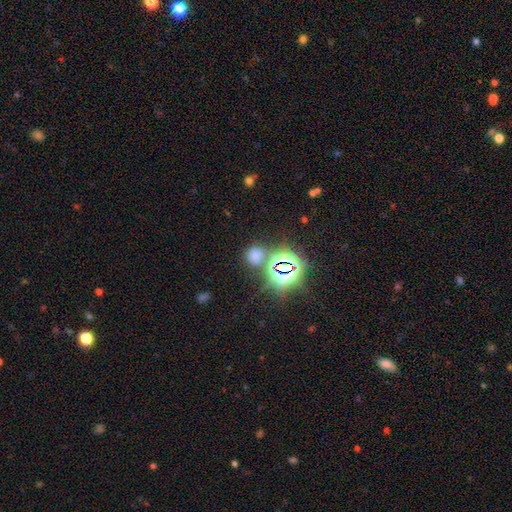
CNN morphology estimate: Smooth or featured?
  - smooth: 48% *
  - star or artifact: 45%
  - featured or disk: 7%
Merging?
  - none: 70% *
  - minor disturbance: 12%
  - merger: 12%
  - major disturbance: 6%